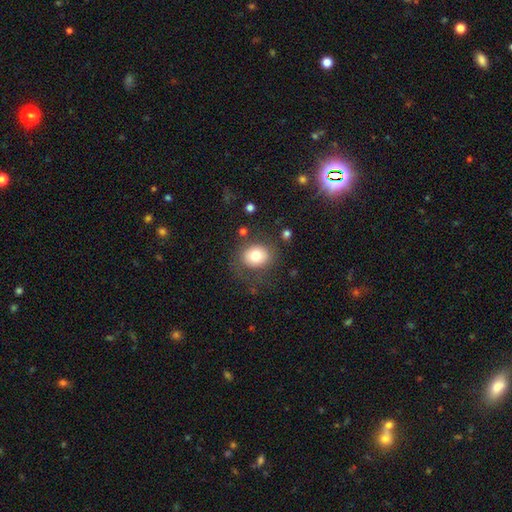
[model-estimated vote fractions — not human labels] The model was most divided on "how rounded": round: 68%, in between: 31%, cigar-shaped: 1%. More confident: smooth or featured — smooth (76%); merging — none (75%).